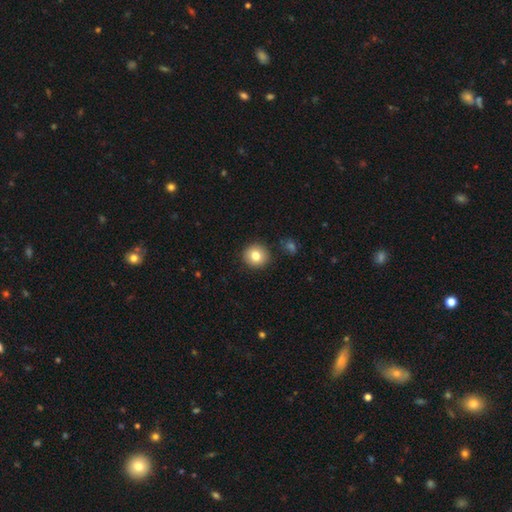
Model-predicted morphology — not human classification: The model was most divided on "smooth or featured": smooth: 80%, featured or disk: 10%, star or artifact: 10%. More confident: how rounded — round (91%); merging — none (90%).